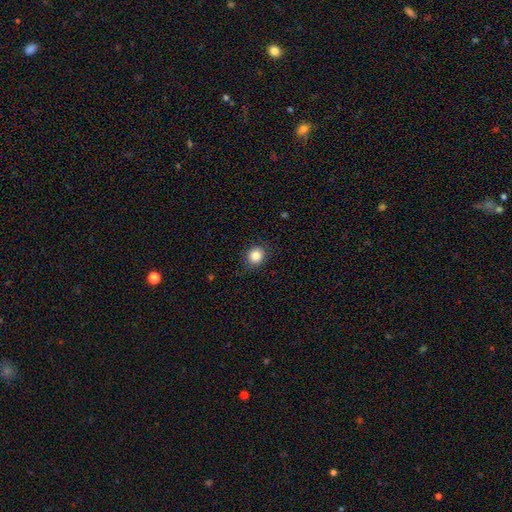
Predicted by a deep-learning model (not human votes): smooth 85%, star or artifact 10%, featured or disk 5%. Down the decision tree: how rounded — round (78%); merging — none (86%).